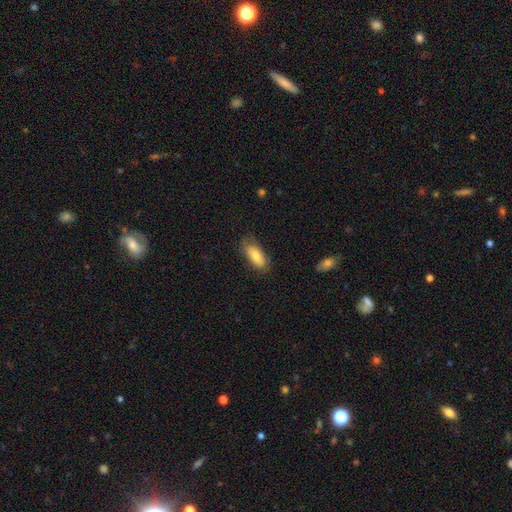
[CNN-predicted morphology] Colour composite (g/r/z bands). It shows a smooth galaxy with no disk features (78%) that is in between round and cigar-shaped (84%). Merging: none (73%).